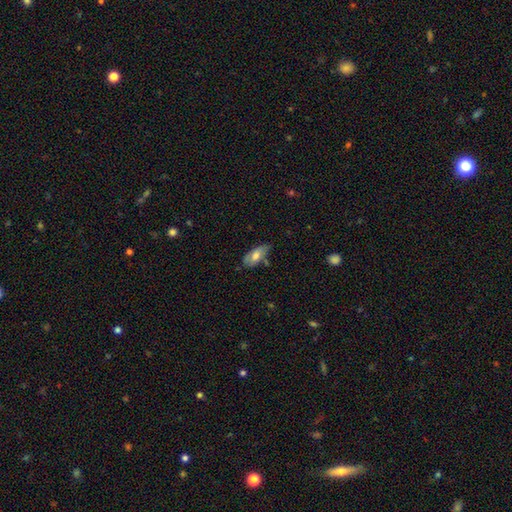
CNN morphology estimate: The model was most divided on "merging": none: 62%, minor disturbance: 28%, merger: 5%, major disturbance: 5%. More confident: how rounded — in between (88%); smooth or featured — smooth (64%).